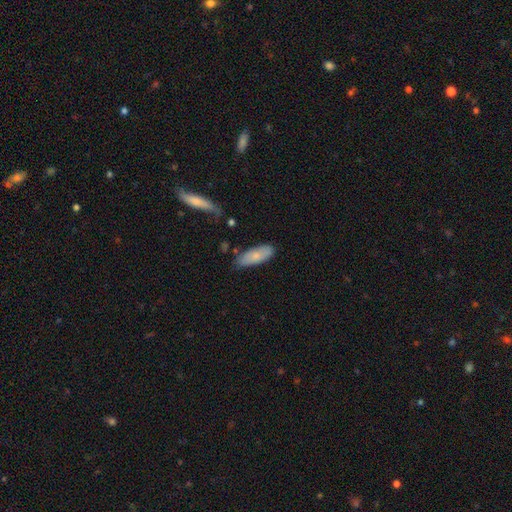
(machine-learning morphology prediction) Q: Smooth or featured?
A: smooth (73%); runner-up: featured or disk (20%)
Q: How rounded?
A: in between (68%); runner-up: cigar-shaped (30%)
Q: Merging?
A: none (71%); runner-up: minor disturbance (21%)